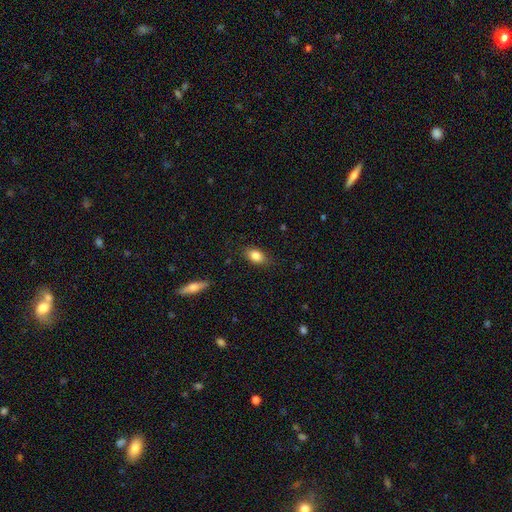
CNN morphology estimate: A smooth galaxy with no disk features (84%) that is in between round and cigar-shaped (83%).

Vote fractions:
- Smooth or featured? smooth: 84% / star or artifact: 8% / featured or disk: 8%
- How rounded? in between: 83% / round: 14% / cigar-shaped: 3%
- Merging? none: 83% / minor disturbance: 13% / major disturbance: 3% / merger: 1%